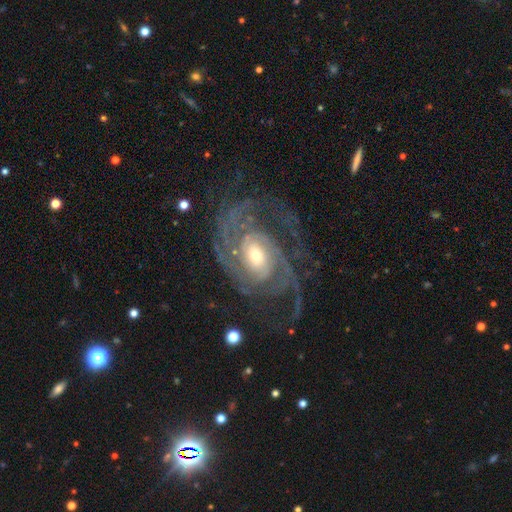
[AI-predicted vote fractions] The model was most divided on "spiral arm count": 2: 30%, 3: 20%, can't tell: 20%, 4: 12%, more than 4: 9%, 1: 9%. Remaining: edge-on disk — no (97%); spiral arms — yes (97%); smooth or featured — featured or disk (91%); merging — none (62%); bar — no (59%); bulge size — moderate (52%); spiral winding — tight (49%).